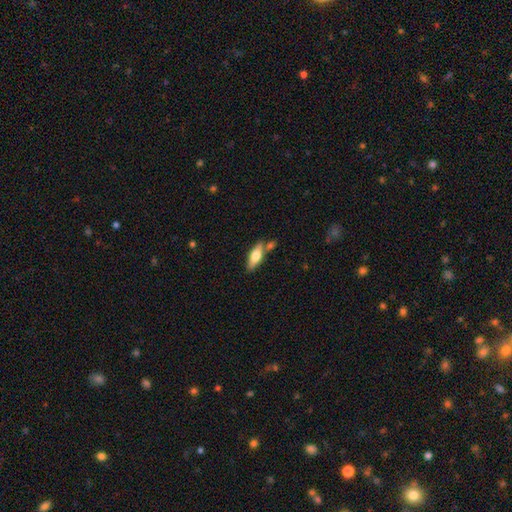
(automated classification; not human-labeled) smooth 54%, featured or disk 40%, star or artifact 6%. Down the decision tree: how rounded — in between (52%); merging — none (71%).